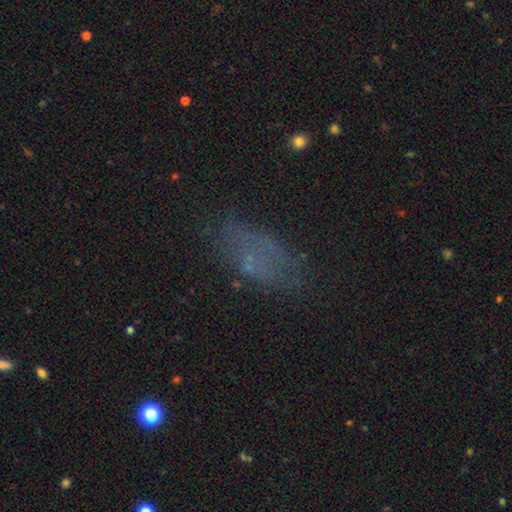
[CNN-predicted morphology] smooth-or-featured: smooth: 51% | featured or disk: 25% | star or artifact: 24%
  how-rounded: in between: 83% | cigar-shaped: 11% | round: 6%
  merging: none: 64% | minor disturbance: 20% | major disturbance: 13% | merger: 3%